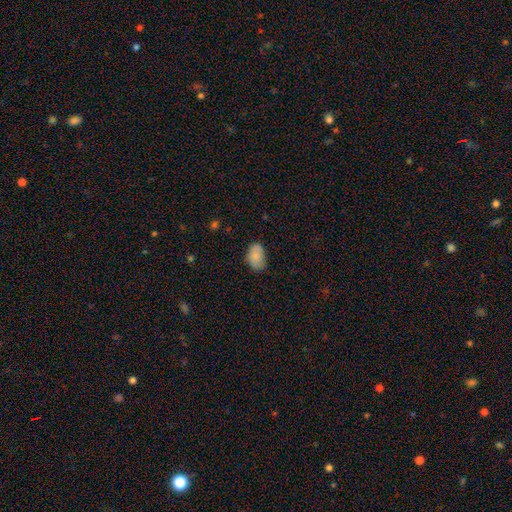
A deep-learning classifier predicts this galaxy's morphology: Smooth or featured?
  - smooth: 83% *
  - featured or disk: 10%
  - star or artifact: 7%
How rounded?
  - in between: 88% *
  - round: 11%
  - cigar-shaped: 1%
Merging?
  - none: 69% *
  - minor disturbance: 25%
  - major disturbance: 4%
  - merger: 2%